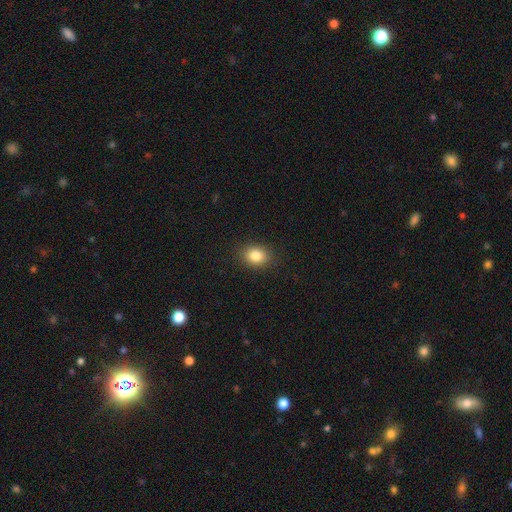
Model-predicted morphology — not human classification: The model was most divided on "how rounded": in between: 60%, round: 39%, cigar-shaped: 1%. More confident: merging — none (88%); smooth or featured — smooth (84%).